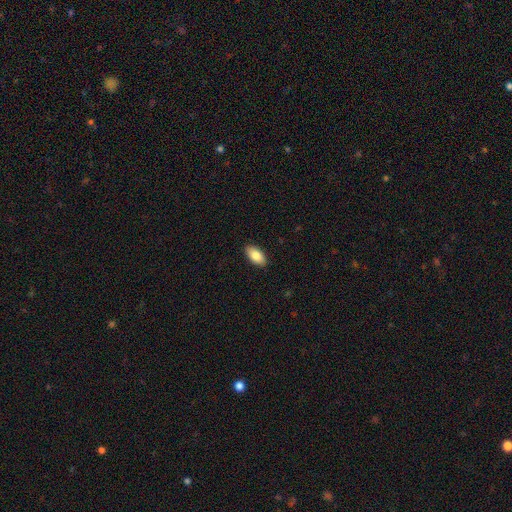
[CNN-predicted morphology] Smooth or featured? Predicted: smooth (p=0.85). How rounded? Predicted: in between (p=0.94). Merging? Predicted: none (p=0.89).